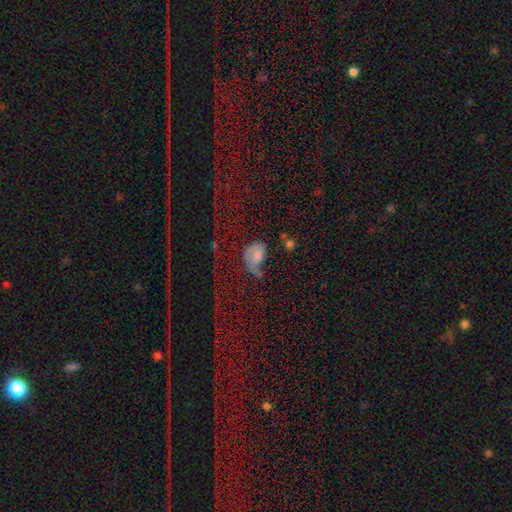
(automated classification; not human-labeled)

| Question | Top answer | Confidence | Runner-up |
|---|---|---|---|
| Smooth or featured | smooth | 46% | featured or disk (35%) |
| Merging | major disturbance | 41% | none (26%) |